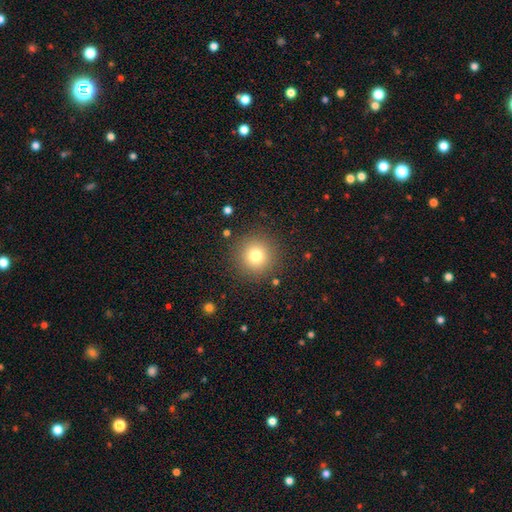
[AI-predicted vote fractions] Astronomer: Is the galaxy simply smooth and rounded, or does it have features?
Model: smooth — 77%.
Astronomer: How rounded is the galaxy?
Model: round — 96%.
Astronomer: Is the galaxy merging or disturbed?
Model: none — 89%.